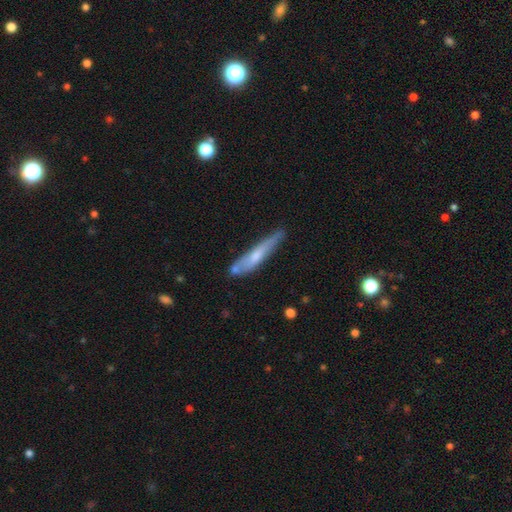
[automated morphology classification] Smooth or featured: smooth — 52% (featured or disk — 42%)
How rounded: cigar-shaped — 90% (in between — 8%)
Merging: none — 62% (minor disturbance — 24%)